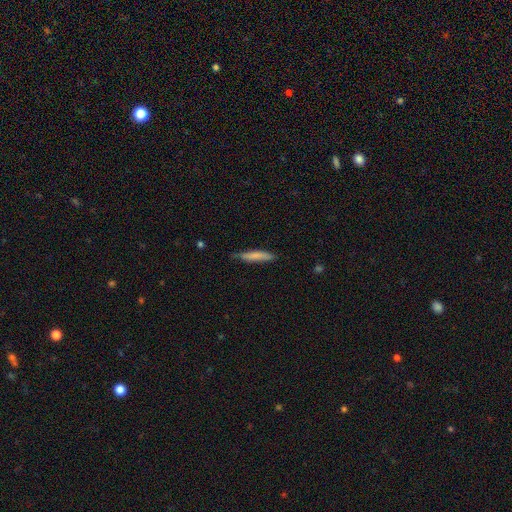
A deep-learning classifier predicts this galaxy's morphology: smooth-or-featured: smooth: 75% | featured or disk: 19% | star or artifact: 6%
  how-rounded: cigar-shaped: 90% | in between: 9% | round: 1%
  merging: none: 71% | minor disturbance: 23% | major disturbance: 4% | merger: 2%